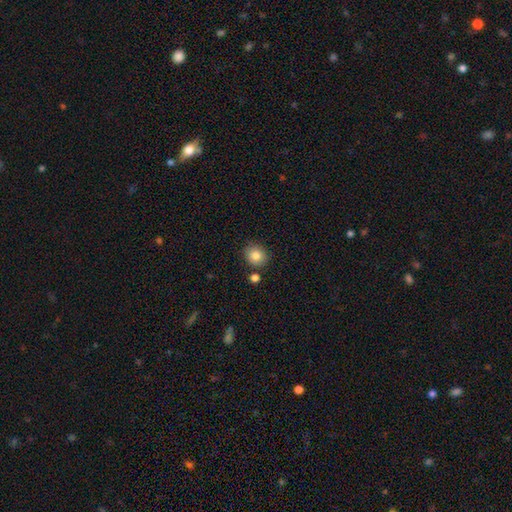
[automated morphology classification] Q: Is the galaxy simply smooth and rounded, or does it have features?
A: smooth — 84%.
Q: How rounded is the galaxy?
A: round — 74%.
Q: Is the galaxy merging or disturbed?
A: none — 82%.